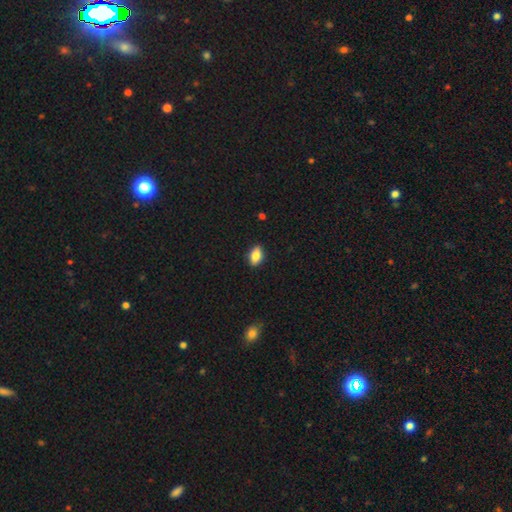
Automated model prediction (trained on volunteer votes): Smooth or featured?
  - smooth: 83% *
  - featured or disk: 9%
  - star or artifact: 8%
How rounded?
  - in between: 87% *
  - round: 9%
  - cigar-shaped: 4%
Merging?
  - none: 89% *
  - minor disturbance: 9%
  - major disturbance: 2%
  - merger: 1%